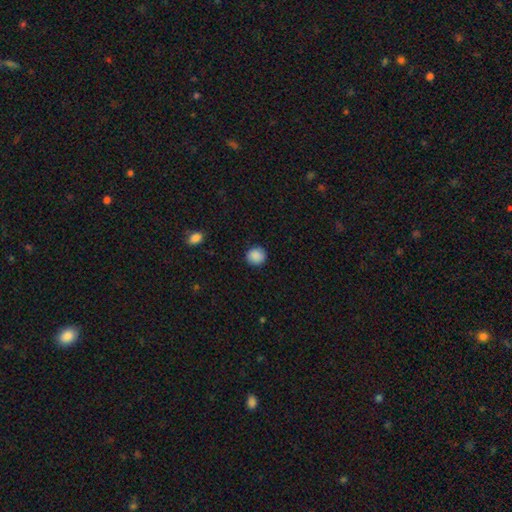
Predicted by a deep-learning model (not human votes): smooth 89%, star or artifact 9%, featured or disk 3%. Down the decision tree: how rounded — round (90%); merging — none (89%).